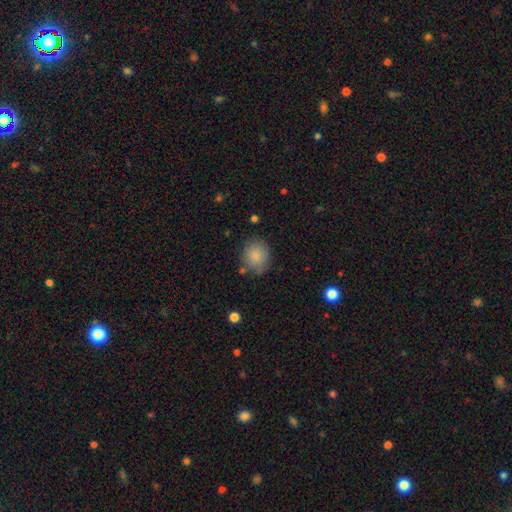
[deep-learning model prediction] smooth_or_featured: smooth (p=0.86) [alt: star or artifact p=0.08]
how_rounded: round (p=0.74) [alt: in between p=0.25]
merging: none (p=0.74) [alt: minor disturbance p=0.17]